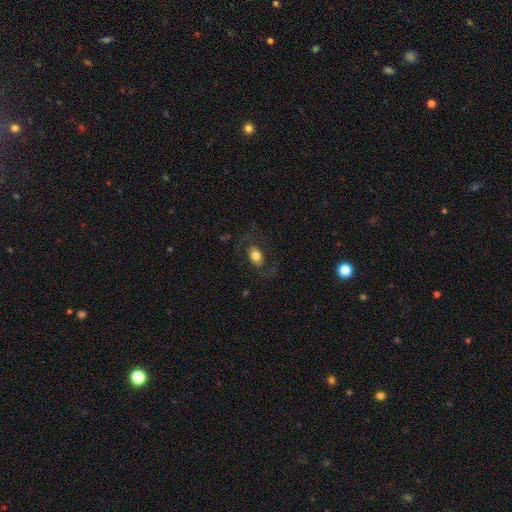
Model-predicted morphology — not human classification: type=smooth (59%); roundness=in between (82%); merging=none (73%).